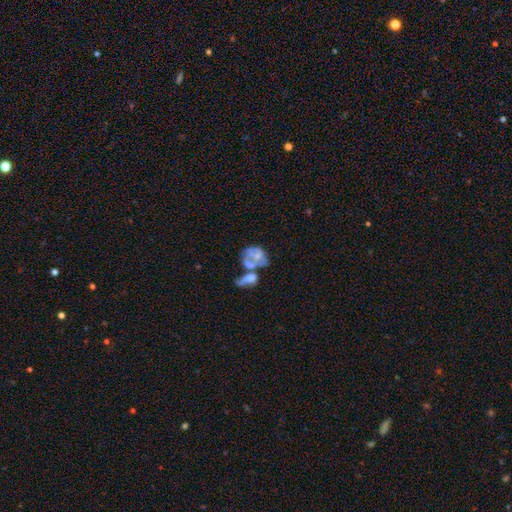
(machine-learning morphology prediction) Smooth or featured? featured or disk (55%)
Edge-on disk? no (97%)
Bar? no (85%)
Spiral arms? no (70%)
Bulge size? none (34%)
Merging? merger (56%)